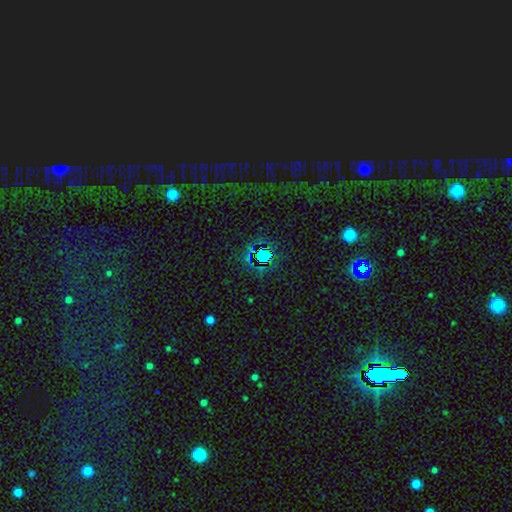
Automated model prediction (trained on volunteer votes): Smooth or featured: star or artifact — 76% (smooth — 16%)